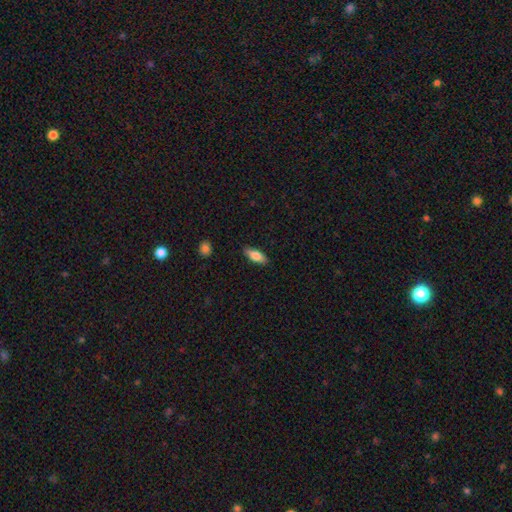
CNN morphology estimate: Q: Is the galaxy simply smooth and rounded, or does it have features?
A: smooth — 78%.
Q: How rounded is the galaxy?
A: in between — 73%.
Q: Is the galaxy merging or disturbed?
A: none — 87%.